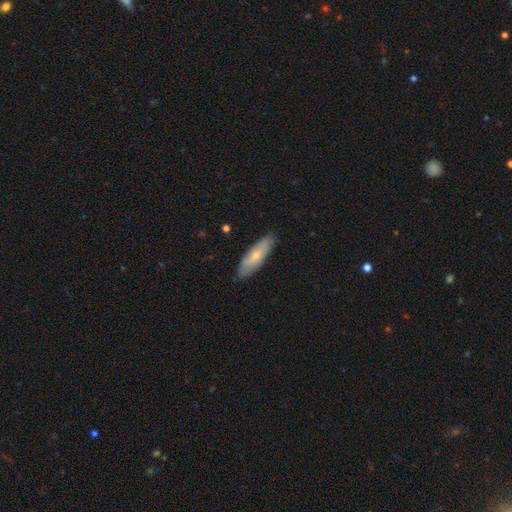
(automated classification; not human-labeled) This is likely a smooth galaxy (63%). How rounded: possibly cigar-shaped (56%). Merging: clearly none (84%).